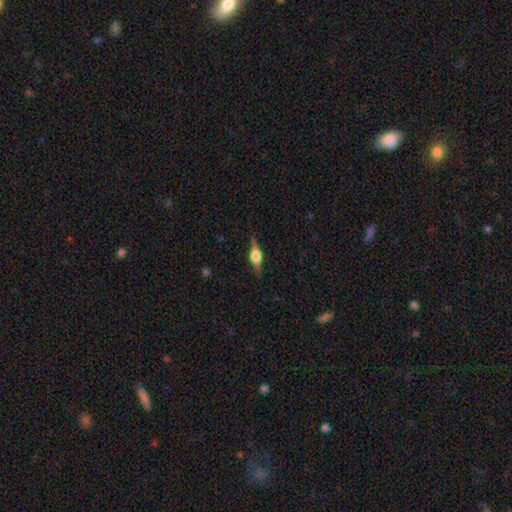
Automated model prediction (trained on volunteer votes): Smooth or featured?
  - featured or disk: 74% *
  - smooth: 19%
  - star or artifact: 7%
Edge-on disk?
  - yes: 97% *
  - no: 3%
Edge-on bulge?
  - rounded: 89% *
  - boxy: 9%
  - none: 1%
Merging?
  - none: 86% *
  - minor disturbance: 10%
  - major disturbance: 2%
  - merger: 1%